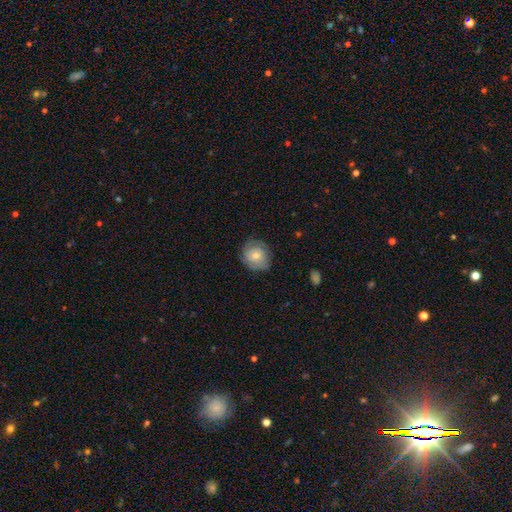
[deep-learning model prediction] Q: Smooth or featured?
A: smooth (60%); runner-up: featured or disk (32%)
Q: How rounded?
A: round (76%); runner-up: in between (23%)
Q: Merging?
A: none (73%); runner-up: minor disturbance (19%)